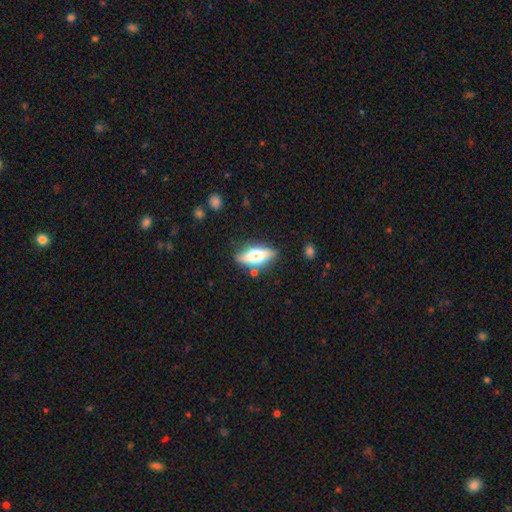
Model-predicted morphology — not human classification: This appears to be a smooth galaxy with no disk features (61%) that is in between round and cigar-shaped (70%). Merging: none (80%).